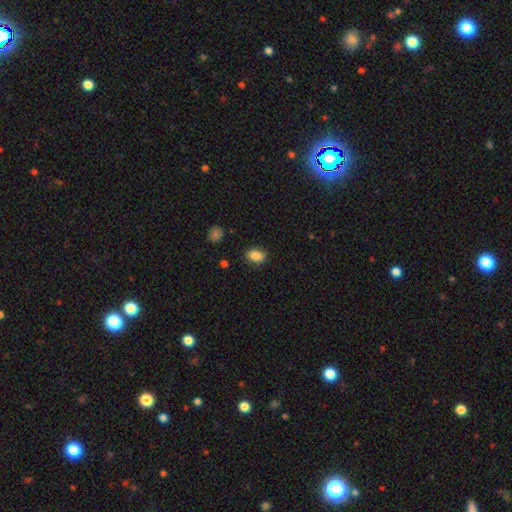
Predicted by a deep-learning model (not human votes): A smooth galaxy with no disk features (86%) that is in between round and cigar-shaped (82%).

Vote fractions:
- Smooth or featured? smooth: 86% / star or artifact: 9% / featured or disk: 5%
- How rounded? in between: 82% / round: 16% / cigar-shaped: 2%
- Merging? none: 83% / minor disturbance: 13% / major disturbance: 3% / merger: 2%